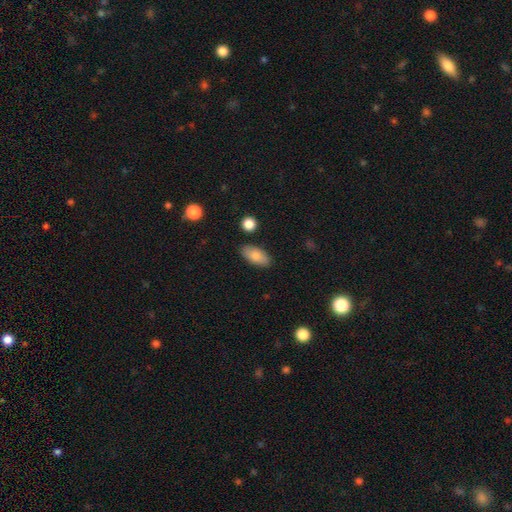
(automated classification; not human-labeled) smooth 82%, featured or disk 11%, star or artifact 7%. Down the decision tree: how rounded — in between (91%); merging — none (85%).